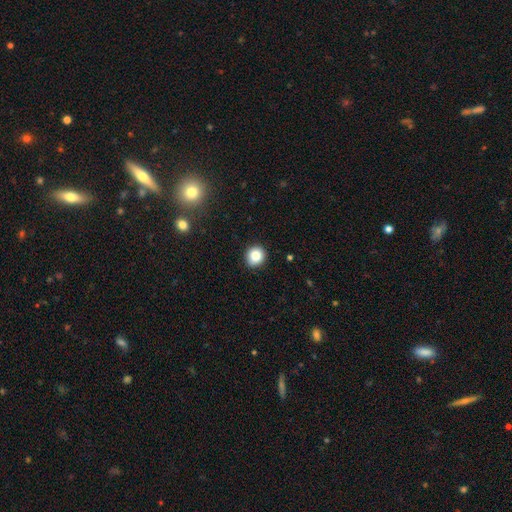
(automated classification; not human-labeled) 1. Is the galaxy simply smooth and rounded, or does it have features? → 84% smooth, 10% star or artifact, 6% featured or disk.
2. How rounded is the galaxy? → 85% round, 14% in between, 1% cigar-shaped.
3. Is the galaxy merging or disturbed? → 88% none, 9% minor disturbance, 2% major disturbance, 1% merger.